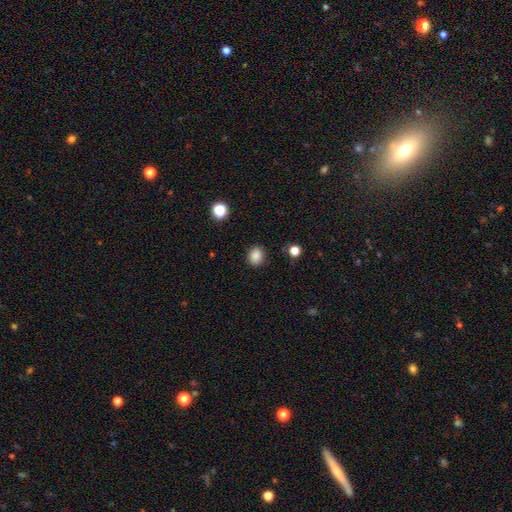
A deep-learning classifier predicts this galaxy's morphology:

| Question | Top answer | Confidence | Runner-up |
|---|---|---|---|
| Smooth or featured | smooth | 86% | star or artifact (11%) |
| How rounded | round | 62% | in between (37%) |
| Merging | none | 88% | minor disturbance (8%) |